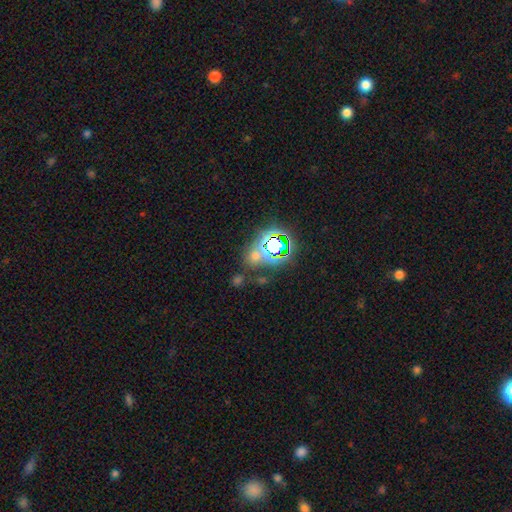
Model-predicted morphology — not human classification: Smooth or featured? star or artifact (50%)